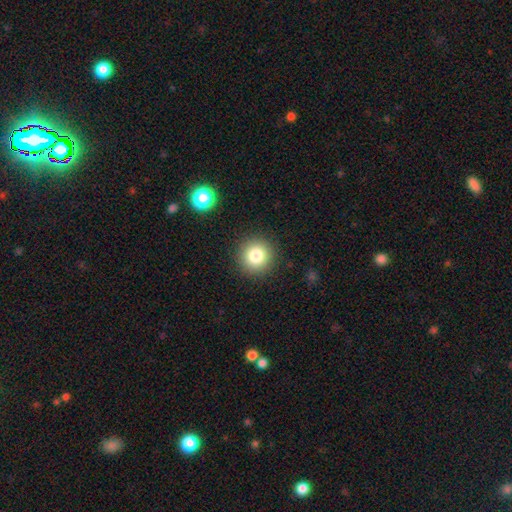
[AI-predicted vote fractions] smooth-or-featured: smooth: 82% | star or artifact: 11% | featured or disk: 7%
  how-rounded: round: 95% | in between: 4% | cigar-shaped: 1%
  merging: none: 91% | minor disturbance: 6% | major disturbance: 2% | merger: 1%